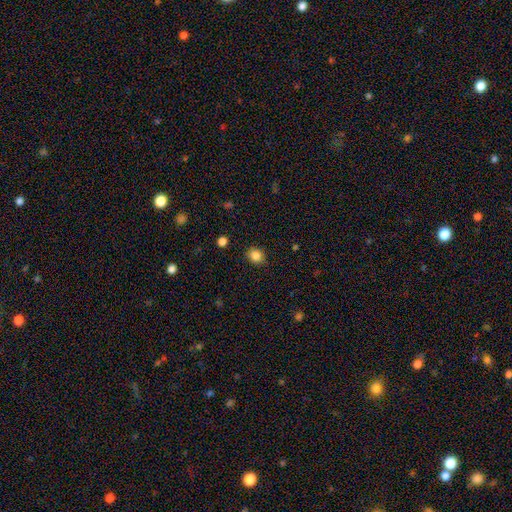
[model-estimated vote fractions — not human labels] Q: Smooth or featured?
A: smooth (85%); runner-up: star or artifact (11%)
Q: How rounded?
A: round (74%); runner-up: in between (25%)
Q: Merging?
A: none (87%); runner-up: minor disturbance (9%)